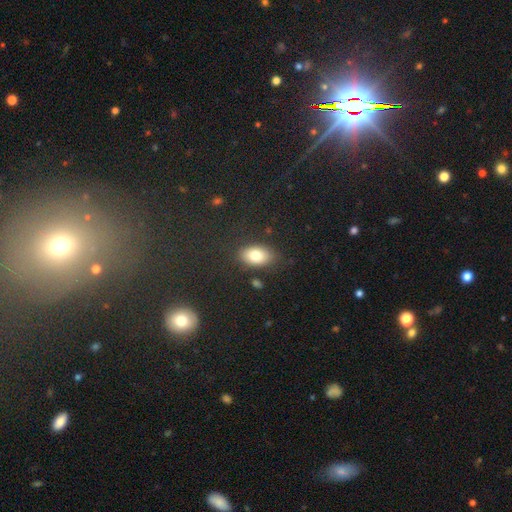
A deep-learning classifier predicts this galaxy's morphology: A smooth galaxy with no disk features (81%) that is in between round and cigar-shaped (88%).

Vote fractions:
- Smooth or featured? smooth: 81% / featured or disk: 11% / star or artifact: 9%
- How rounded? in between: 88% / round: 10% / cigar-shaped: 2%
- Merging? none: 82% / minor disturbance: 12% / major disturbance: 4% / merger: 2%